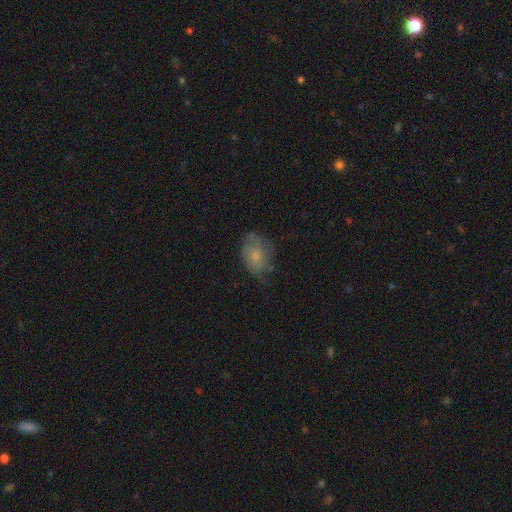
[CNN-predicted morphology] This is possibly a smooth galaxy (59%). How rounded: clearly in between (80%). Merging: possibly none (56%).